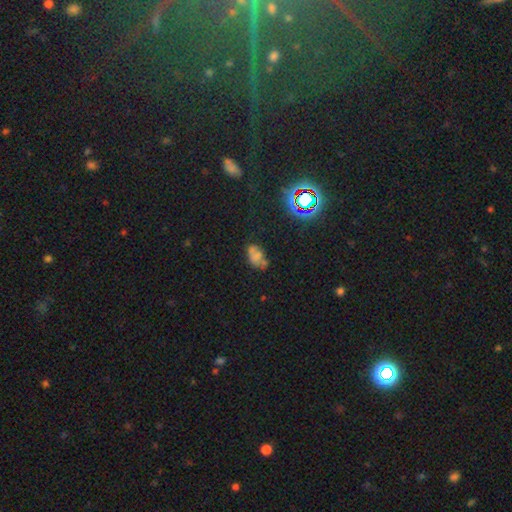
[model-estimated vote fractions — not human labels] Morphology: type=smooth (54%); roundness=in between (88%); merging=none (48%).